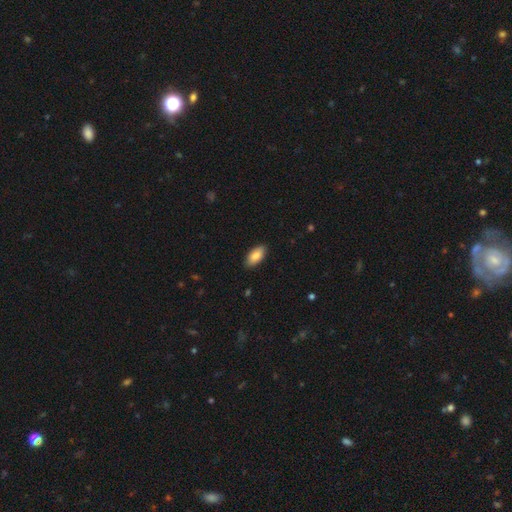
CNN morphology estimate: Q: Smooth or featured?
A: smooth (84%); runner-up: featured or disk (9%)
Q: How rounded?
A: in between (90%); runner-up: cigar-shaped (8%)
Q: Merging?
A: none (88%); runner-up: minor disturbance (9%)